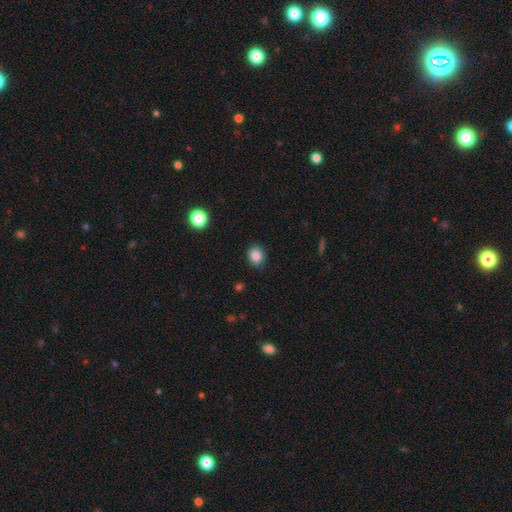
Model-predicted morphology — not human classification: The model was most divided on "how rounded": round: 65%, in between: 34%, cigar-shaped: 1%. More confident: merging — none (88%); smooth or featured — smooth (85%).